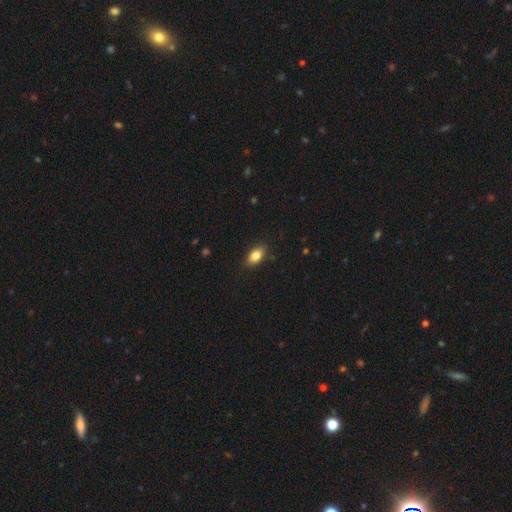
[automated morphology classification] This appears to be a smooth galaxy with no disk features (83%) that is in between round and cigar-shaped (89%). Merging: none (86%).